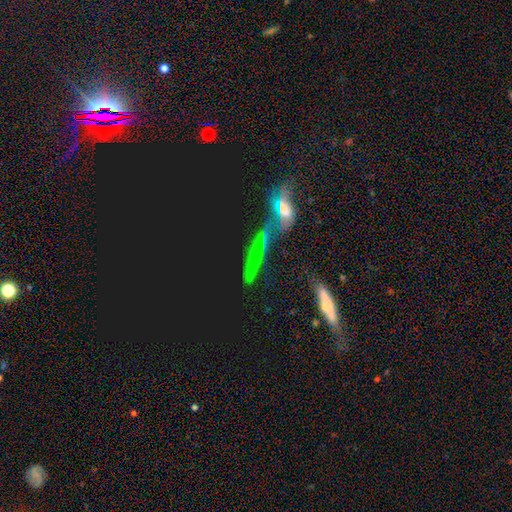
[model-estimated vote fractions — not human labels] Q: Smooth or featured?
A: star or artifact (48%); runner-up: featured or disk (26%)